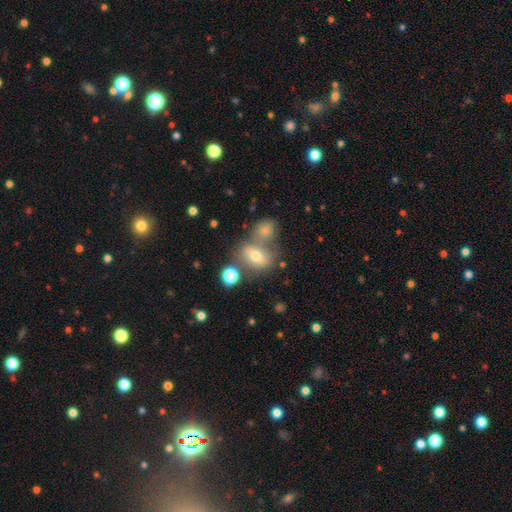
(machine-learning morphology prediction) This appears to be a smooth galaxy with no disk features (60%) that is in between round and cigar-shaped (69%). Merging: none (46%).